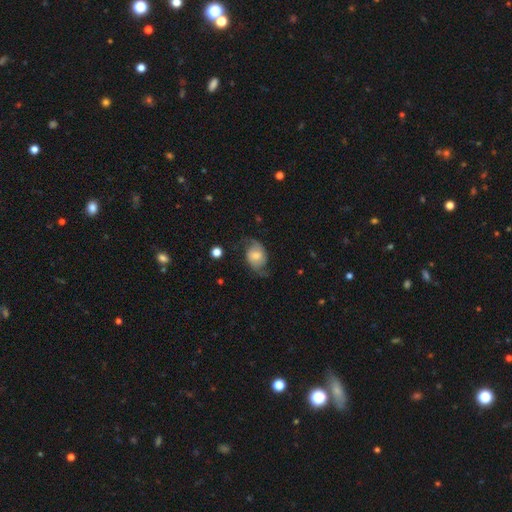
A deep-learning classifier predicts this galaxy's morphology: smooth-or-featured: featured or disk: 58% | smooth: 34% | star or artifact: 8%
  disk-edge-on: no: 96% | yes: 4%
    bar: no: 59% | weak: 34% | strong: 7%
    has-spiral-arms: yes: 88% | no: 12%
    bulge-size: moderate: 46% | small: 32% | large: 12% | none: 7% | dominant: 3%
  merging: none: 62% | minor disturbance: 22% | major disturbance: 14% | merger: 2%